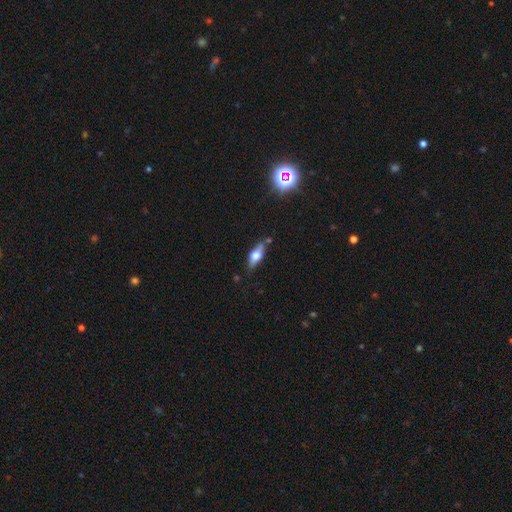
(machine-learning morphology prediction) Smooth or featured? Predicted: featured or disk (p=0.46, tied with smooth). Merging? Predicted: none (p=0.72).